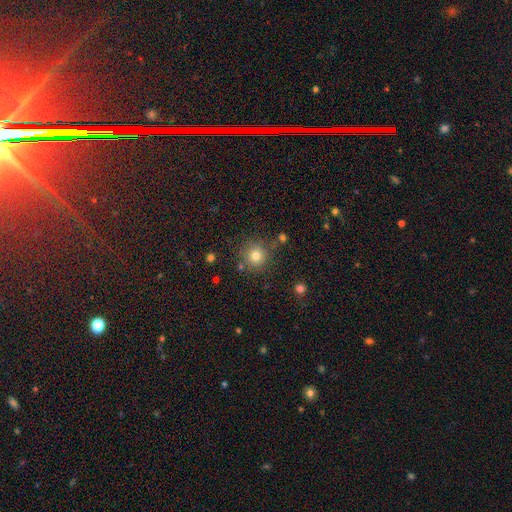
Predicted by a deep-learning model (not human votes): Morphology: type=smooth (80%); roundness=round (94%); merging=none (83%).